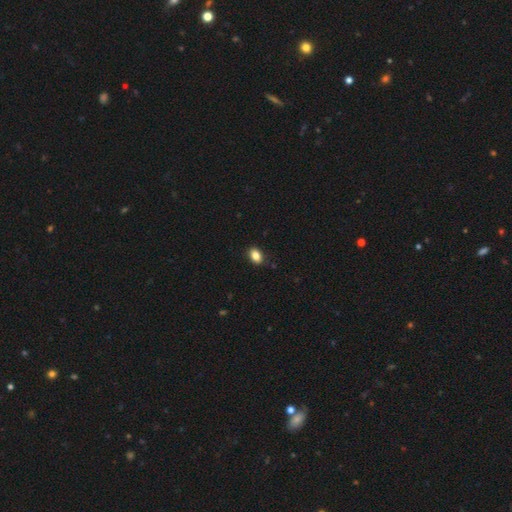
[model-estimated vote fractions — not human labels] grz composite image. It shows a smooth galaxy with no disk features (85%) that is in between round and cigar-shaped (80%). Merging: none (87%).